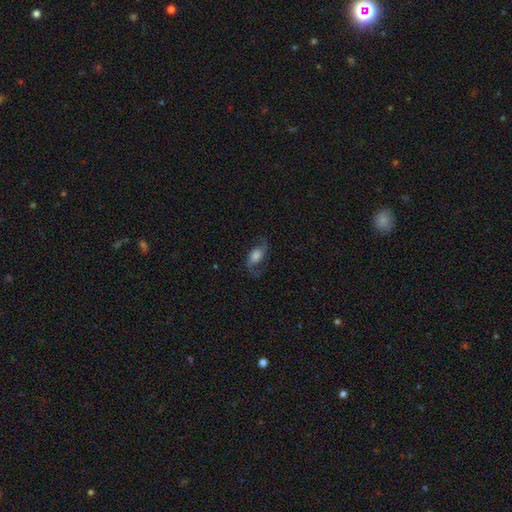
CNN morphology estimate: Smooth or featured? featured or disk (70%)
Edge-on disk? no (94%)
Bar? no (58%)
Spiral arms? yes (93%)
Spiral winding? loose (64%)
Spiral arm count? 2 (91%)
Bulge size? large (37%)
Merging? none (70%)